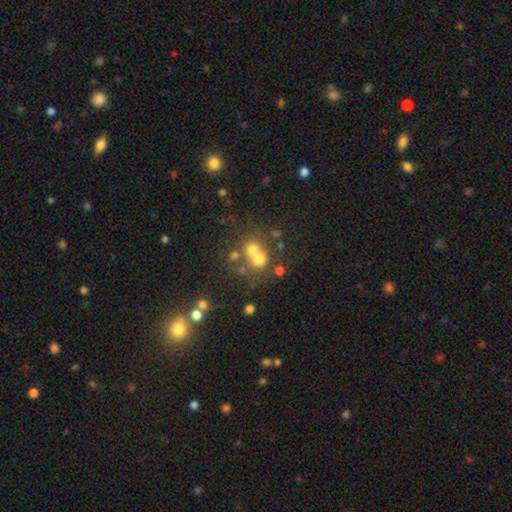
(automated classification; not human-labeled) This is possibly a smooth galaxy (54%). How rounded: clearly round (80%). Merging: marginally merger (44%).